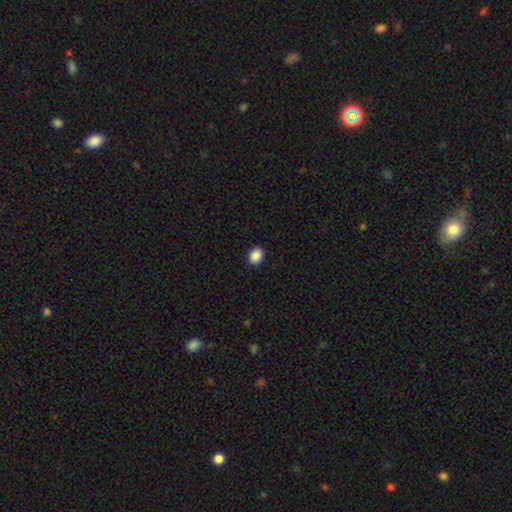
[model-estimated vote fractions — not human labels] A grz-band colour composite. It shows a smooth galaxy with no disk features (90%) that is in between round and cigar-shaped (56%). Merging: none (91%).